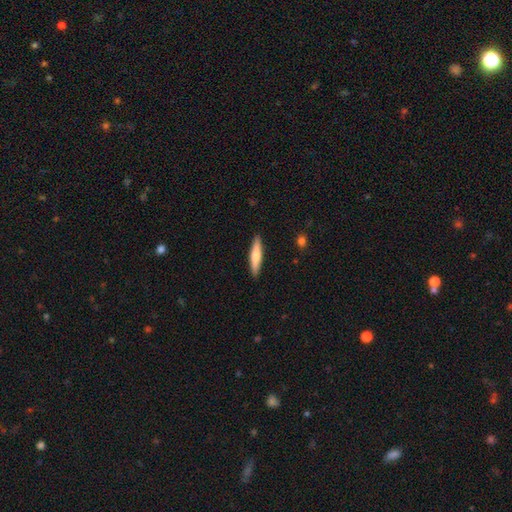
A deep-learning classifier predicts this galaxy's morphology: A smooth galaxy with no disk features (63%) that is cigar-shaped (85%).

Vote fractions:
- Smooth or featured? smooth: 63% / featured or disk: 32% / star or artifact: 5%
- How rounded? cigar-shaped: 85% / in between: 13% / round: 2%
- Merging? none: 91% / minor disturbance: 7% / major disturbance: 1% / merger: 1%